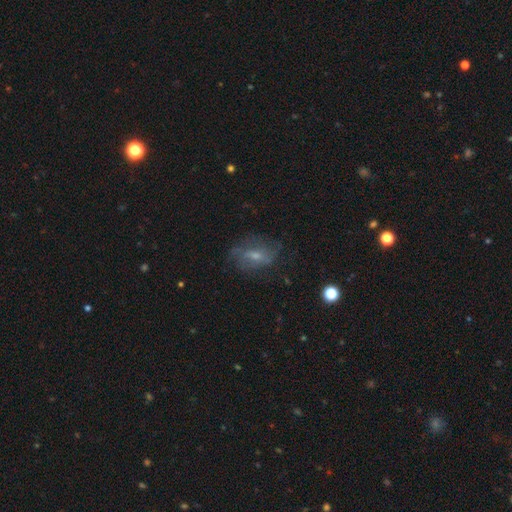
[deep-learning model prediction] Overall: featured or disk (52%; smooth 36%). Edge-on disk: no (92%). Merging: none (60%; minor disturbance 22%).